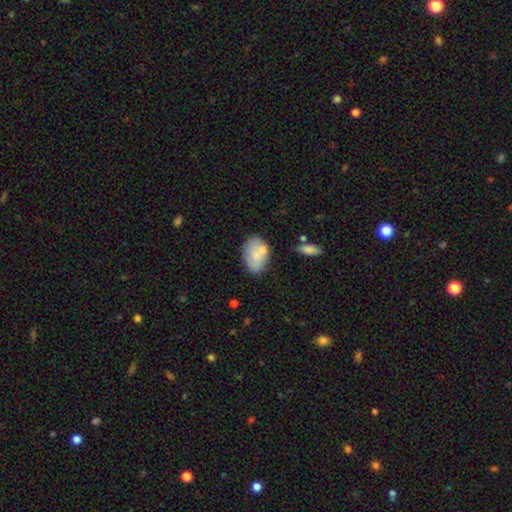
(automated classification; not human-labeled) smooth_or_featured: smooth (p=0.69) [alt: featured or disk p=0.24]
how_rounded: in between (p=0.84) [alt: round p=0.15]
merging: none (p=0.53) [alt: minor disturbance p=0.24]